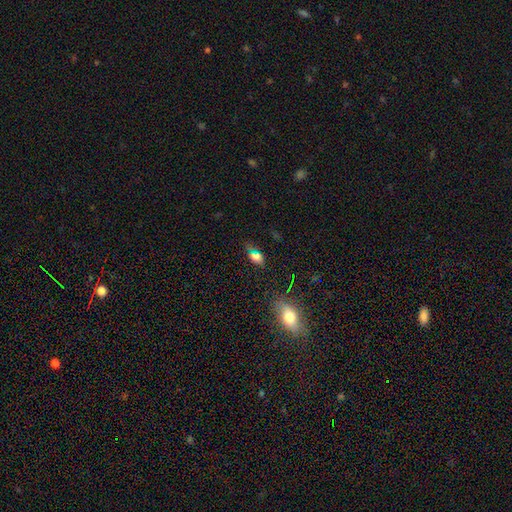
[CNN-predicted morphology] smooth-or-featured: smooth: 67% | star or artifact: 24% | featured or disk: 9%
  how-rounded: in between: 84% | round: 10% | cigar-shaped: 6%
  merging: none: 71% | minor disturbance: 17% | major disturbance: 7% | merger: 5%